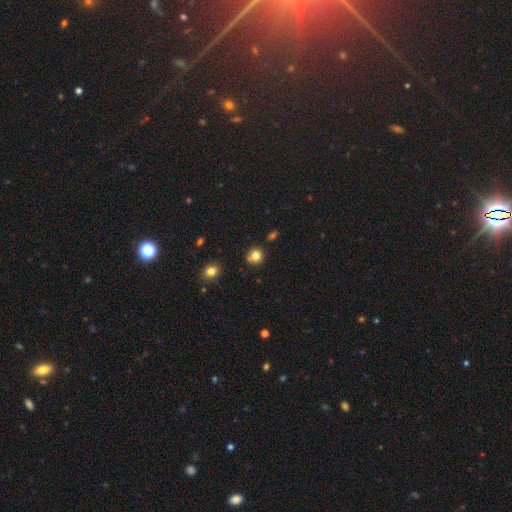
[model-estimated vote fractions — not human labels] smooth 80%, star or artifact 12%, featured or disk 7%. Down the decision tree: how rounded — round (86%); merging — none (75%).